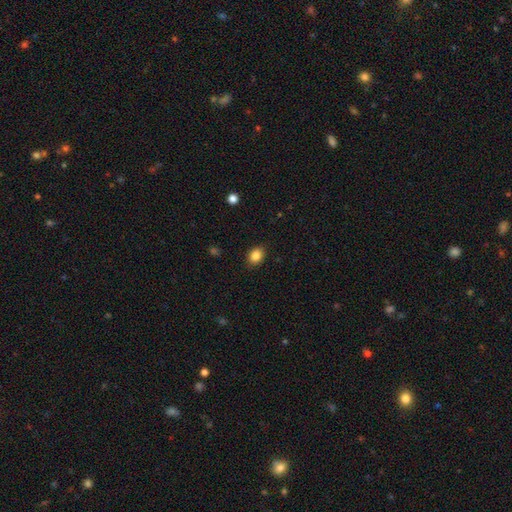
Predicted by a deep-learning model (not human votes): Morphology: type=smooth (86%); roundness=in between (57%); merging=none (89%).